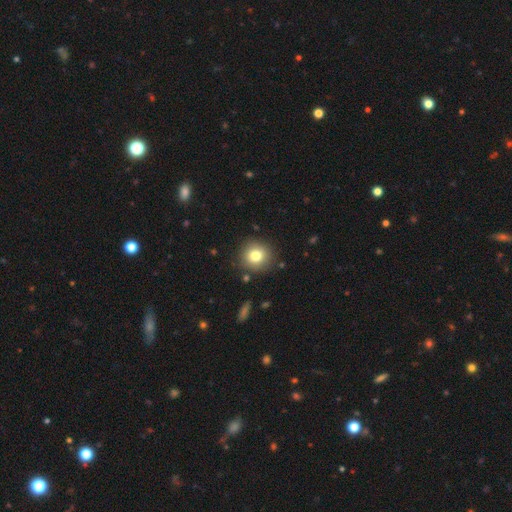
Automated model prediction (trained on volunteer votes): This appears to be a smooth galaxy with no disk features (78%) that is round (91%). Merging: none (87%).